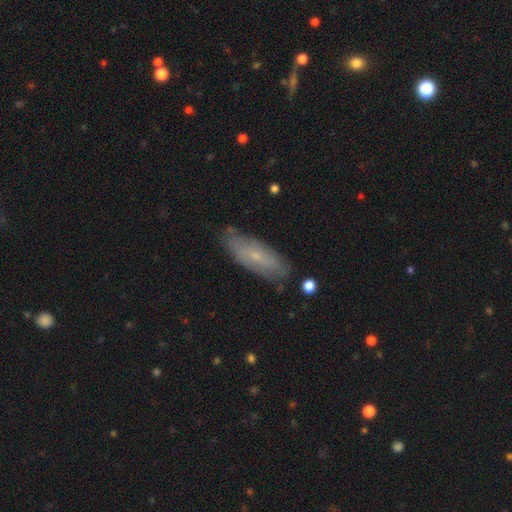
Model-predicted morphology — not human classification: type=smooth (52%); roundness=in between (60%); merging=none (77%).